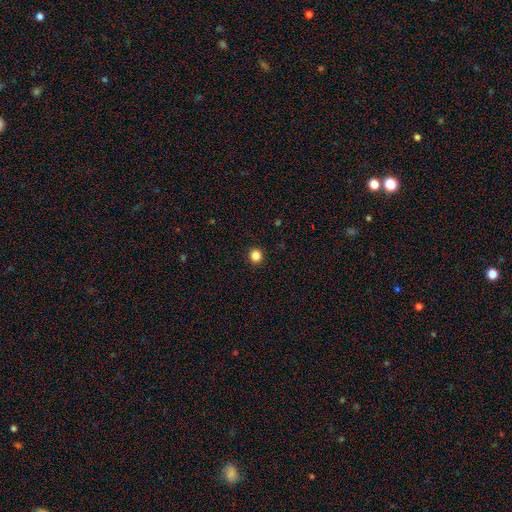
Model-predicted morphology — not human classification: Smooth or featured? Predicted: smooth (p=0.85). How rounded? Predicted: round (p=0.94). Merging? Predicted: none (p=0.93).